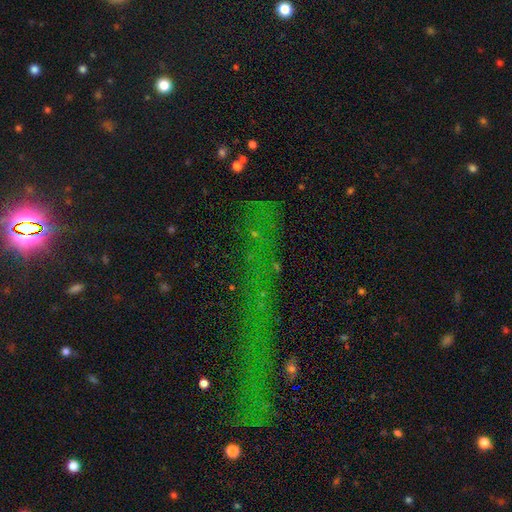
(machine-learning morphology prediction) This is likely a star or artifact rather than a galaxy (75%).